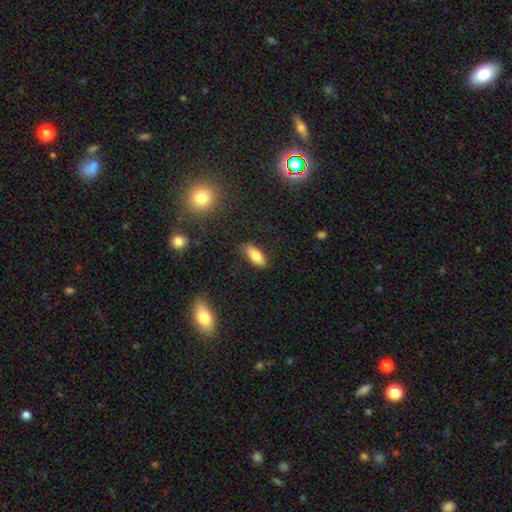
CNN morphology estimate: Smooth or featured? Predicted: smooth (p=0.82). How rounded? Predicted: in between (p=0.80). Merging? Predicted: none (p=0.82).